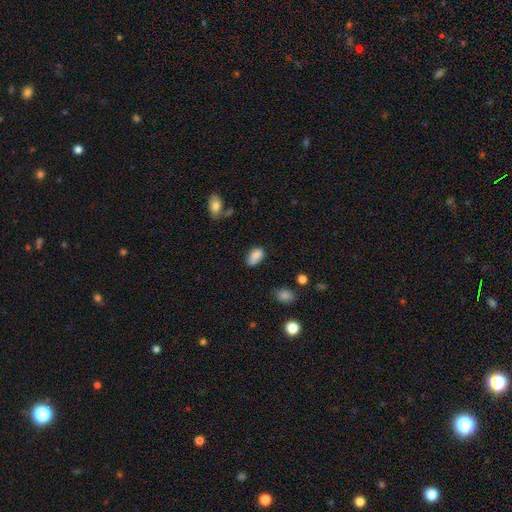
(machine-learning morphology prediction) A smooth galaxy with no disk features (86%) that is in between round and cigar-shaped (93%).

Vote fractions:
- Smooth or featured? smooth: 86% / star or artifact: 8% / featured or disk: 6%
- How rounded? in between: 93% / round: 6% / cigar-shaped: 2%
- Merging? none: 68% / minor disturbance: 24% / major disturbance: 5% / merger: 3%